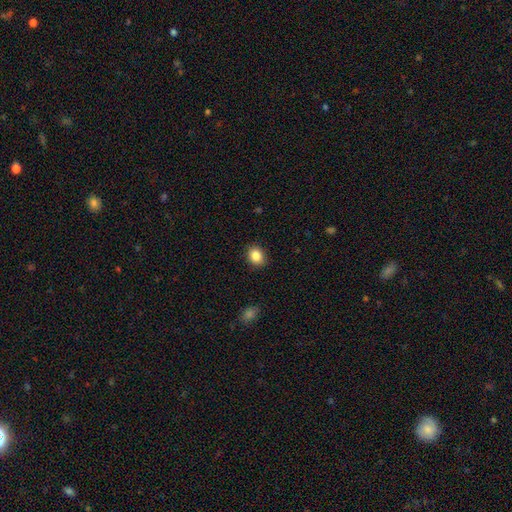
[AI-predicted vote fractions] Smooth or featured? Predicted: smooth (p=0.86). How rounded? Predicted: in between (p=0.50). Merging? Predicted: none (p=0.89).